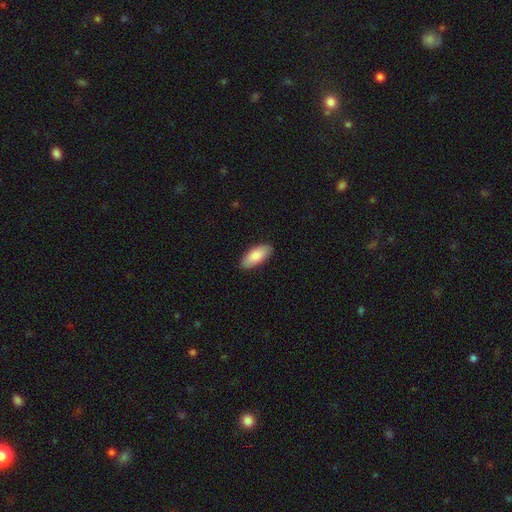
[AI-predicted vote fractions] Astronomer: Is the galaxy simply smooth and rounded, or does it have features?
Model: smooth — 85%.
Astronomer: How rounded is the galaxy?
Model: in between — 87%.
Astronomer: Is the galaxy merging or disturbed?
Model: none — 87%.